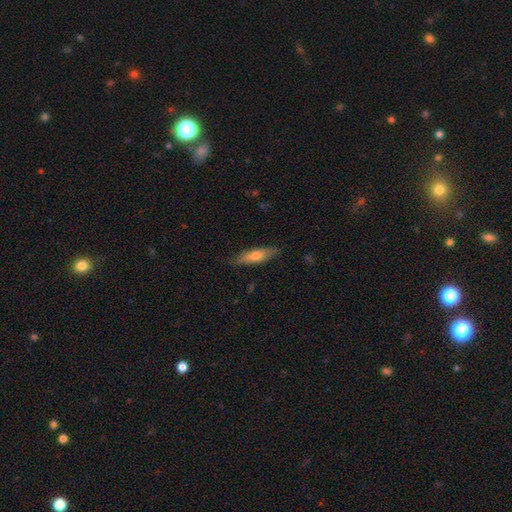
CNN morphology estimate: A smooth galaxy with no disk features (58%) that is cigar-shaped (67%).

Vote fractions:
- Smooth or featured? smooth: 58% / featured or disk: 36% / star or artifact: 6%
- How rounded? cigar-shaped: 67% / in between: 31% / round: 2%
- Merging? none: 83% / minor disturbance: 14% / major disturbance: 2% / merger: 1%